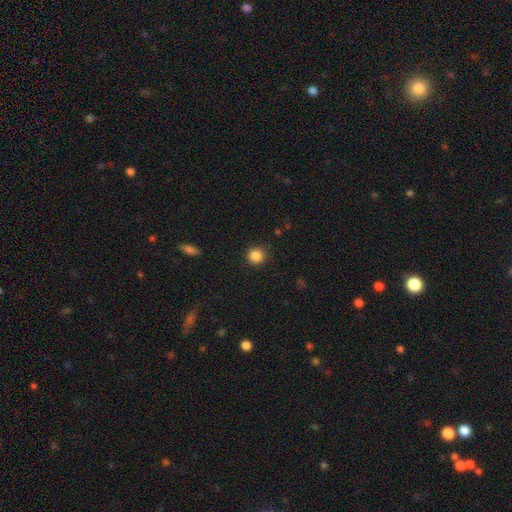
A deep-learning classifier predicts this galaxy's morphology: This is clearly a smooth galaxy (86%). How rounded: clearly round (94%). Merging: clearly none (88%).